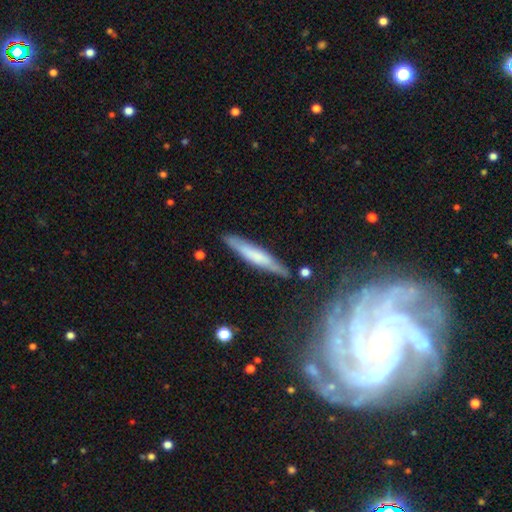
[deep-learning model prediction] Smooth or featured: smooth — 52% (featured or disk — 41%)
How rounded: cigar-shaped — 91% (in between — 7%)
Merging: none — 82% (minor disturbance — 13%)